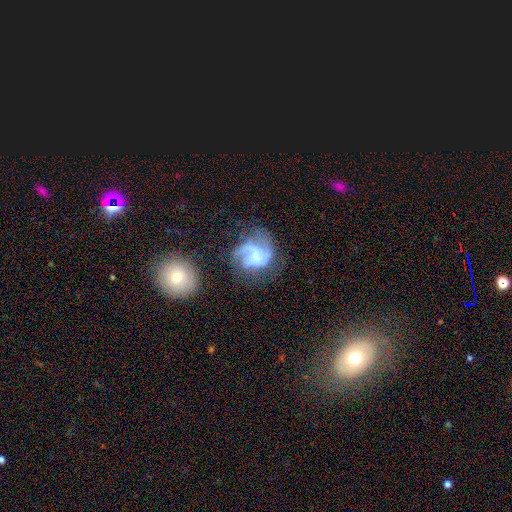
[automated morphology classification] This is clearly a featured or disk galaxy (82%). It is clearly not viewed edge-on (98%). Bar: possibly no (49%). Spiral arm pattern: clearly yes (94%). Spiral arm count: marginally 2 (37%). Spiral winding: possibly medium (48%). Central bulge: likely small (65%). Merging: possibly none (50%).